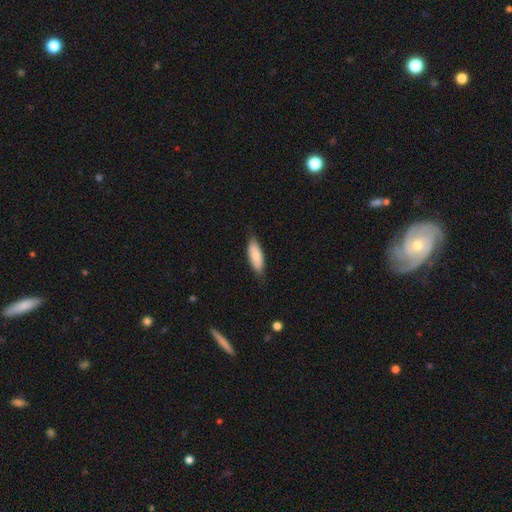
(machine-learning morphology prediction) Smooth or featured: smooth — 79% (featured or disk — 16%)
How rounded: in between — 73% (cigar-shaped — 26%)
Merging: none — 77% (minor disturbance — 19%)